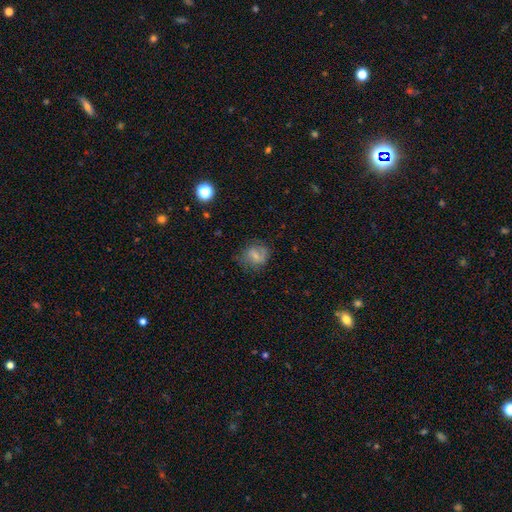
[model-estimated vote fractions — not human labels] A smooth galaxy with no disk features (50%) that is round (71%).

Vote fractions:
- Smooth or featured? smooth: 50% / featured or disk: 40% / star or artifact: 10%
- How rounded? round: 71% / in between: 28% / cigar-shaped: 1%
- Merging? none: 66% / minor disturbance: 22% / major disturbance: 11% / merger: 1%